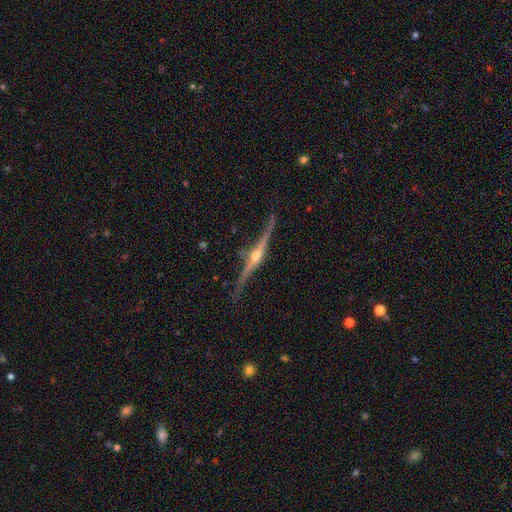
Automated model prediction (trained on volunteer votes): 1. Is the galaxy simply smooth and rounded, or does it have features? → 88% featured or disk, 7% smooth, 5% star or artifact.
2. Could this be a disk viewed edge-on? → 98% yes, 2% no.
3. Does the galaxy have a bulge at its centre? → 93% rounded, 4% none, 3% boxy.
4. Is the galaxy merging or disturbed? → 83% none, 13% minor disturbance, 3% major disturbance, 2% merger.